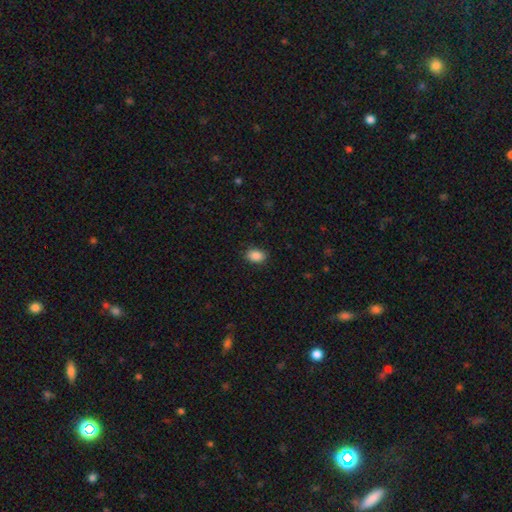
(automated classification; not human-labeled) Q: Smooth or featured?
A: smooth (88%); runner-up: star or artifact (8%)
Q: How rounded?
A: in between (82%); runner-up: round (17%)
Q: Merging?
A: none (87%); runner-up: minor disturbance (10%)